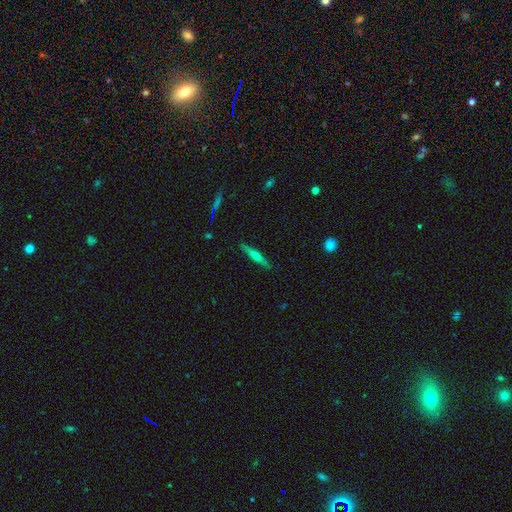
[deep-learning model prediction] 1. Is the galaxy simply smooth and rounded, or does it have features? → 63% featured or disk, 30% smooth, 6% star or artifact.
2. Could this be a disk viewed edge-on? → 96% yes, 4% no.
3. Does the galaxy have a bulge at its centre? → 90% rounded, 7% none, 3% boxy.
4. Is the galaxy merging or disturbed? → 90% none, 8% minor disturbance, 1% major disturbance, 1% merger.